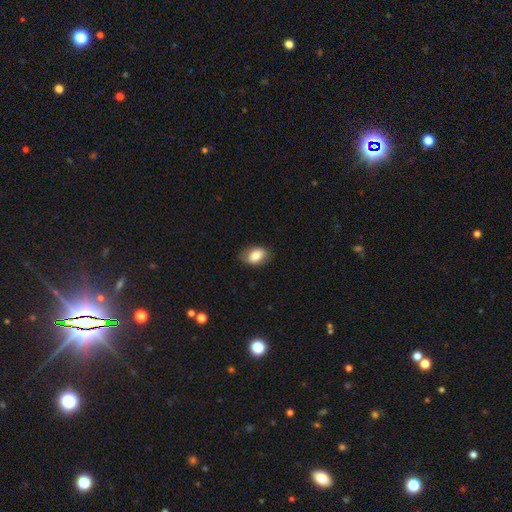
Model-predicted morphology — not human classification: This appears to be a smooth galaxy with no disk features (81%) that is in between round and cigar-shaped (86%). Merging: none (82%).